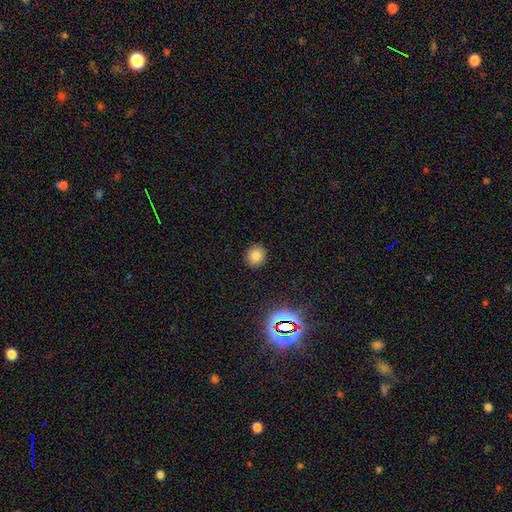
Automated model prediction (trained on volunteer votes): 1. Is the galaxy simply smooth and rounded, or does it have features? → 80% smooth, 15% star or artifact, 5% featured or disk.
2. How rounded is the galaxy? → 78% round, 21% in between, 1% cigar-shaped.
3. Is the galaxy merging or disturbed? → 90% none, 7% minor disturbance, 2% major disturbance, 1% merger.